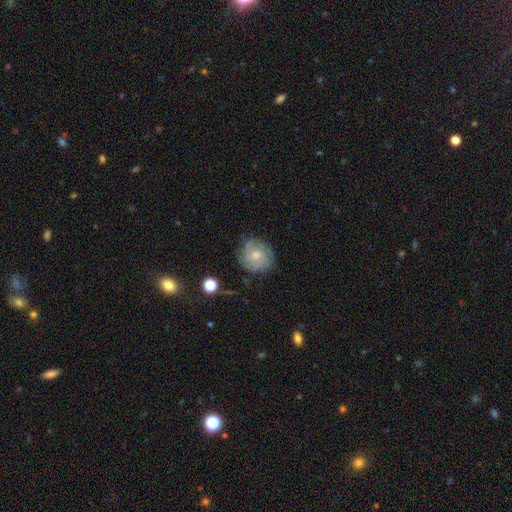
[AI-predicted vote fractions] Smooth or featured: featured or disk — 50% (smooth — 41%)
Edge-on disk: no — 97% (yes — 3%)
Merging: none — 71% (minor disturbance — 20%)